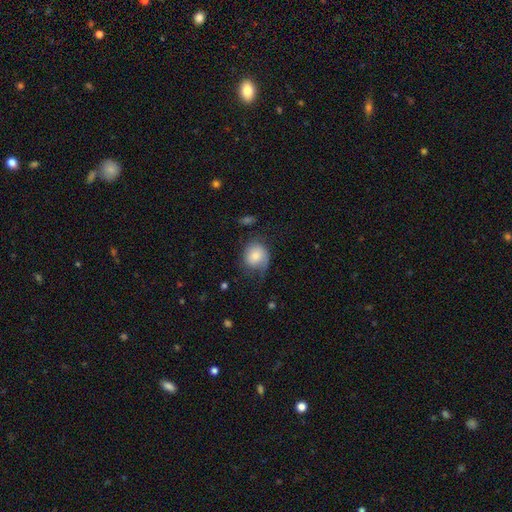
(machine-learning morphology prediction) A smooth galaxy with no disk features (70%) that is round (72%). Merging: none (46%).